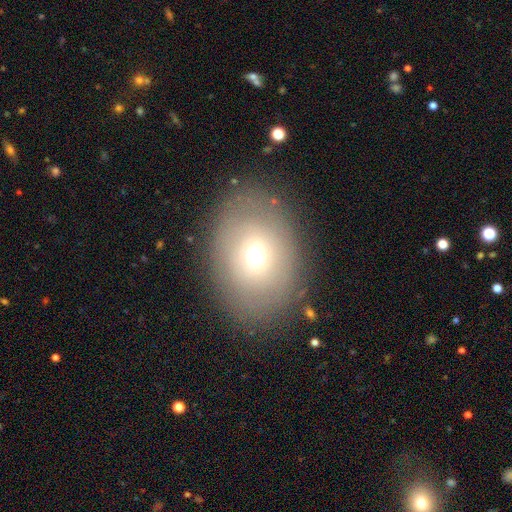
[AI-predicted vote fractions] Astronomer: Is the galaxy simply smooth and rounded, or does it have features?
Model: smooth — 62%.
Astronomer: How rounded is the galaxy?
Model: in between — 67%.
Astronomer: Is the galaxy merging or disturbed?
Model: none — 81%.